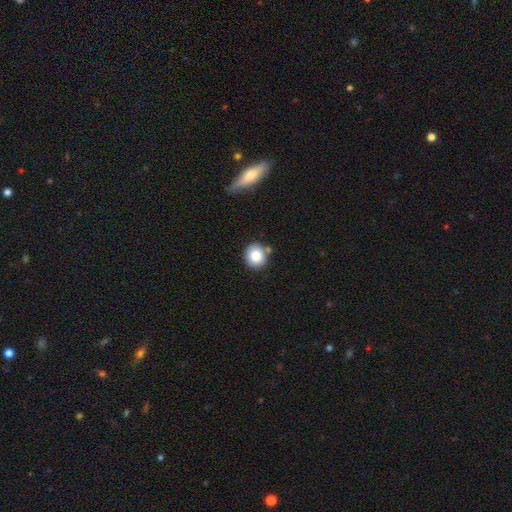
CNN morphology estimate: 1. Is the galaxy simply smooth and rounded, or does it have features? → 82% smooth, 9% star or artifact, 8% featured or disk.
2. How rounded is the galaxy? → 85% round, 14% in between, 1% cigar-shaped.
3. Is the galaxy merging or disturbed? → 79% none, 11% minor disturbance, 8% merger, 3% major disturbance.